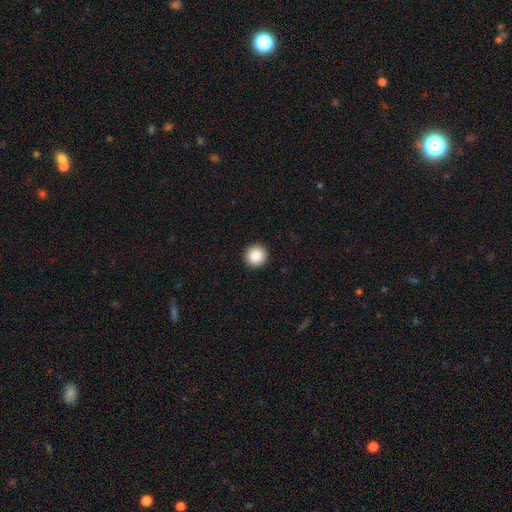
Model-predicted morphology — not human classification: Q: Smooth or featured?
A: smooth (86%); runner-up: star or artifact (9%)
Q: How rounded?
A: round (96%); runner-up: in between (3%)
Q: Merging?
A: none (94%); runner-up: minor disturbance (4%)